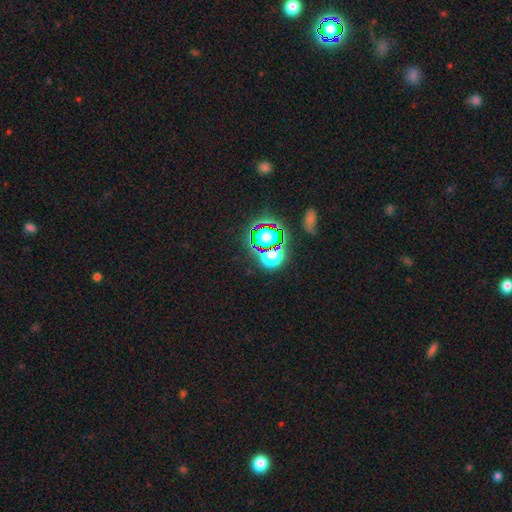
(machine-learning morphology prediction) A star or artifact, not a galaxy (78%).

Vote fractions:
- Smooth or featured? star or artifact: 78% / smooth: 15% / featured or disk: 7%